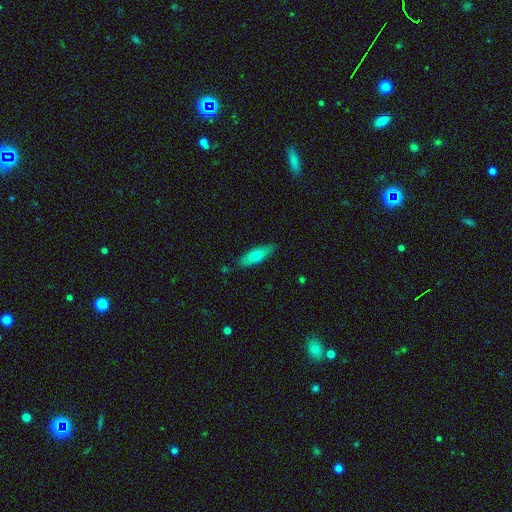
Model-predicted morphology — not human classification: A smooth galaxy with no disk features (65%) that is in between round and cigar-shaped (53%). Merging: none (84%).